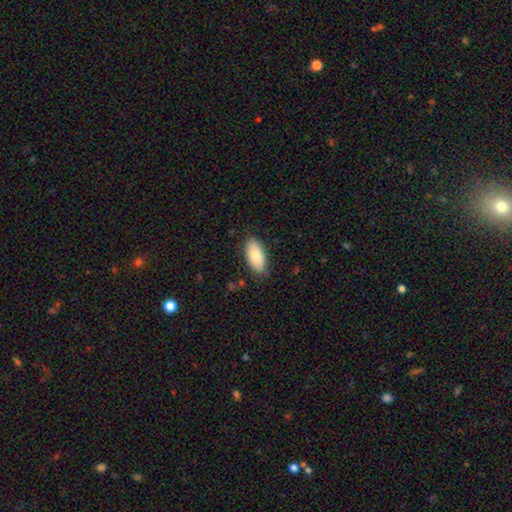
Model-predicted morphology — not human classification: A smooth galaxy with no disk features (82%) that is in between round and cigar-shaped (91%).

Vote fractions:
- Smooth or featured? smooth: 82% / featured or disk: 12% / star or artifact: 6%
- How rounded? in between: 91% / cigar-shaped: 7% / round: 2%
- Merging? none: 85% / minor disturbance: 12% / major disturbance: 2% / merger: 1%